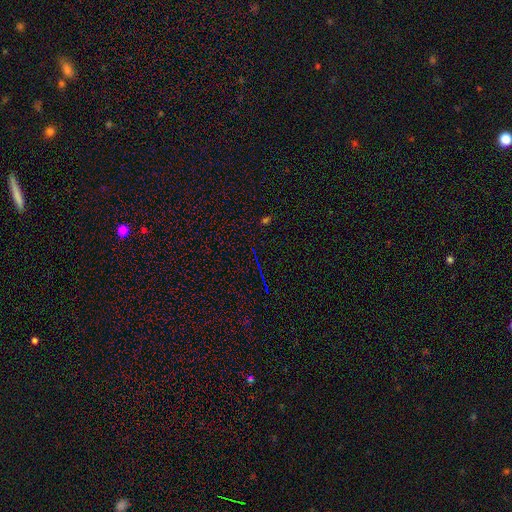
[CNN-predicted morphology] type=star or artifact (72%).